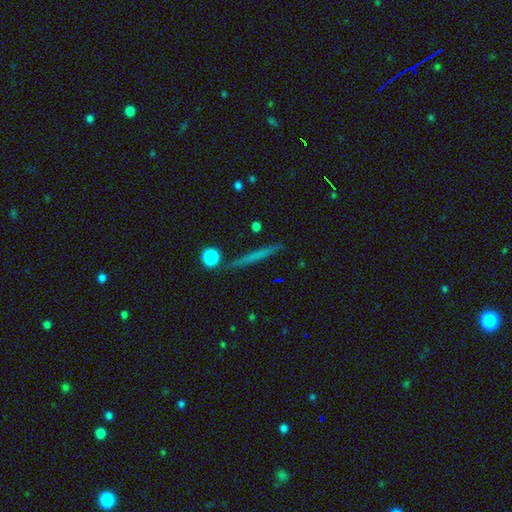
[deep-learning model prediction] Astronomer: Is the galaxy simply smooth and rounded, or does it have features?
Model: smooth — 47% (runner-up: featured or disk, 44%).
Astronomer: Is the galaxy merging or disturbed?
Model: none — 87%.